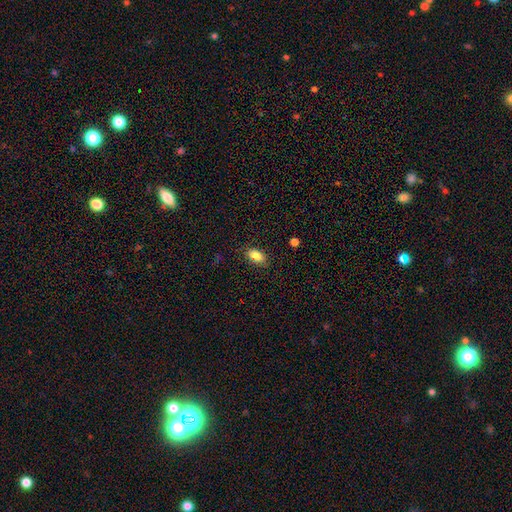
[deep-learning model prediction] smooth_or_featured: smooth (p=0.83) [alt: star or artifact p=0.09]
how_rounded: in between (p=0.88) [alt: round p=0.09]
merging: none (p=0.86) [alt: minor disturbance p=0.10]